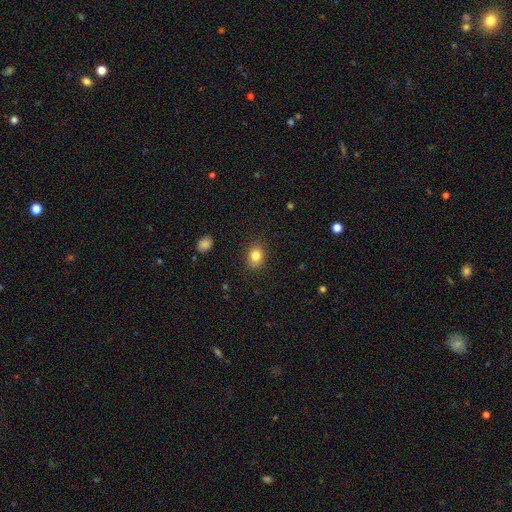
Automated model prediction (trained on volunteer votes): Smooth or featured?
  - smooth: 82% *
  - star or artifact: 10%
  - featured or disk: 7%
How rounded?
  - in between: 54% *
  - round: 45%
  - cigar-shaped: 1%
Merging?
  - none: 87% *
  - minor disturbance: 10%
  - major disturbance: 3%
  - merger: 1%